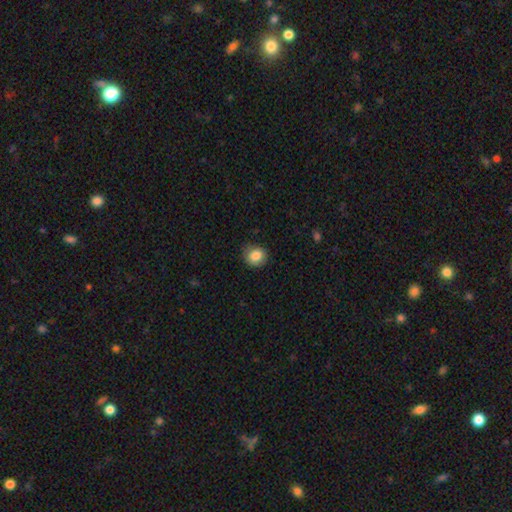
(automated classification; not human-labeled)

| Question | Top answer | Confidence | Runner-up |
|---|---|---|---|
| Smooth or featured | smooth | 85% | star or artifact (9%) |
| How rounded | round | 79% | in between (20%) |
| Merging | none | 81% | minor disturbance (15%) |